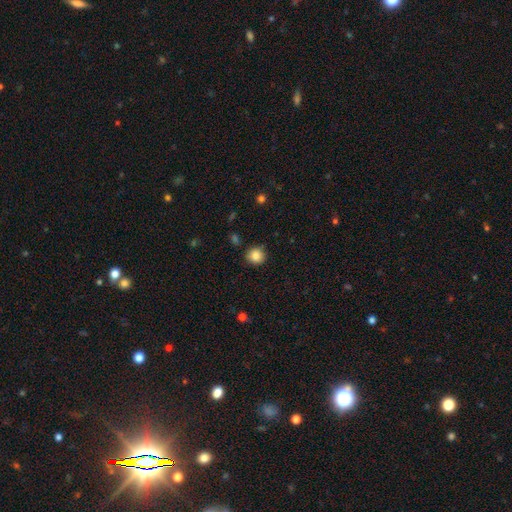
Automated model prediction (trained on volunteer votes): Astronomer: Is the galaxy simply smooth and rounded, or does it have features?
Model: smooth — 85%.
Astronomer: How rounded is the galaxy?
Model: round — 90%.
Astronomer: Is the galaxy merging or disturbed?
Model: none — 86%.